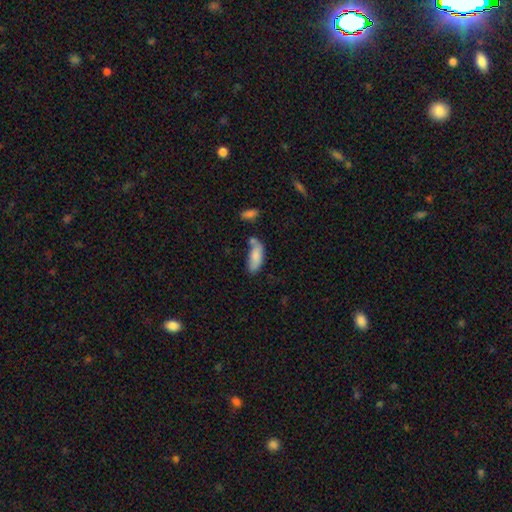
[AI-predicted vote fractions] Smooth or featured?
  - smooth: 81% *
  - featured or disk: 12%
  - star or artifact: 7%
How rounded?
  - in between: 79% *
  - cigar-shaped: 19%
  - round: 2%
Merging?
  - none: 47% *
  - minor disturbance: 25%
  - merger: 20%
  - major disturbance: 8%